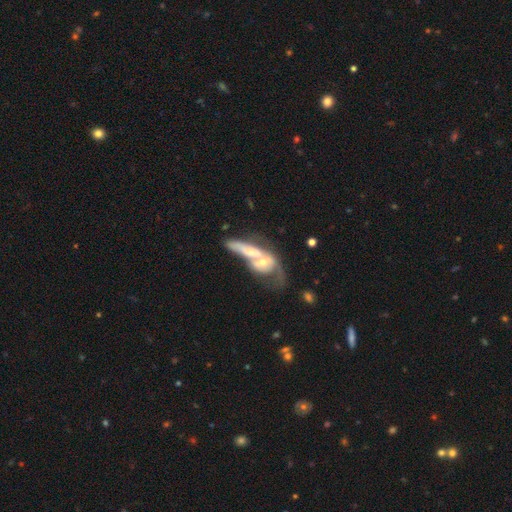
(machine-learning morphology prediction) type=featured or disk (60%); edge-on=no (69%); merging=merger (66%).